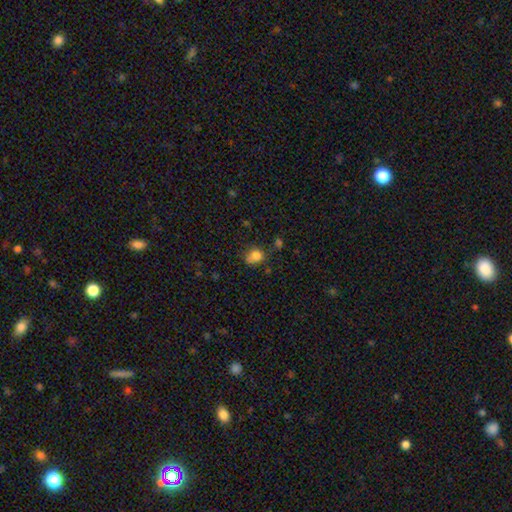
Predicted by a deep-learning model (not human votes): A smooth galaxy with no disk features (79%) that is round (67%). Merging: none (52%).